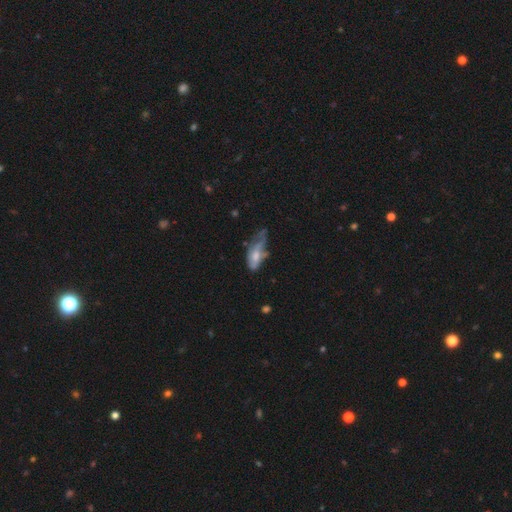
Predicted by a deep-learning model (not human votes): smooth_or_featured: smooth (p=0.50) [alt: featured or disk p=0.42]
merging: major disturbance (p=0.39) [alt: minor disturbance p=0.31]